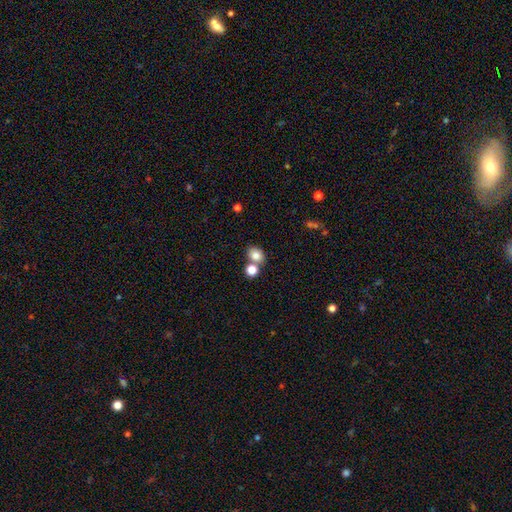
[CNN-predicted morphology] Smooth or featured: smooth — 80% (star or artifact — 12%)
How rounded: round — 51% (in between — 48%)
Merging: none — 58% (merger — 30%)